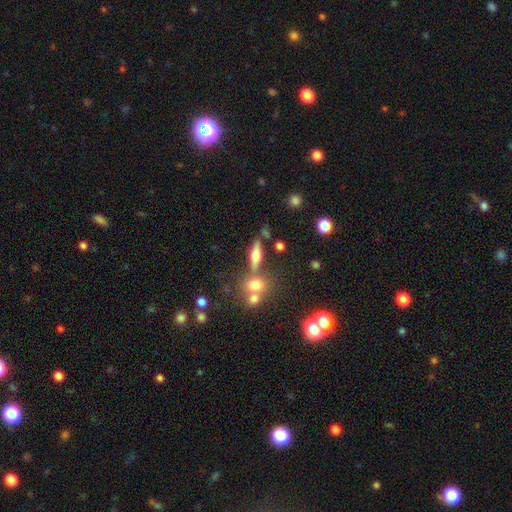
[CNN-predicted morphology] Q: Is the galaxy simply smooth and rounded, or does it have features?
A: featured or disk — 45%.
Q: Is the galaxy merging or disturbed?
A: none — 65%.